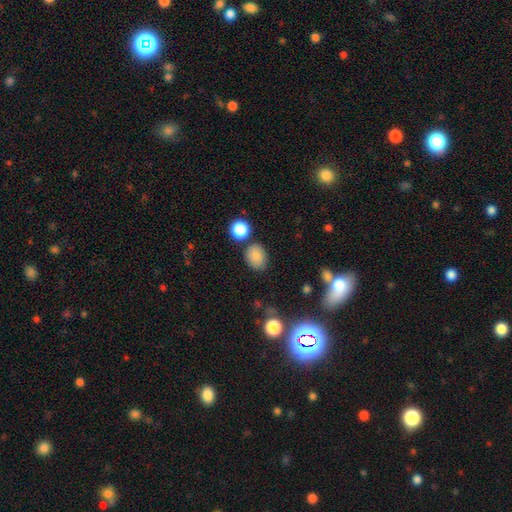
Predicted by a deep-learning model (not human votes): smooth 83%, star or artifact 10%, featured or disk 6%. Down the decision tree: how rounded — in between (53%); merging — none (75%).